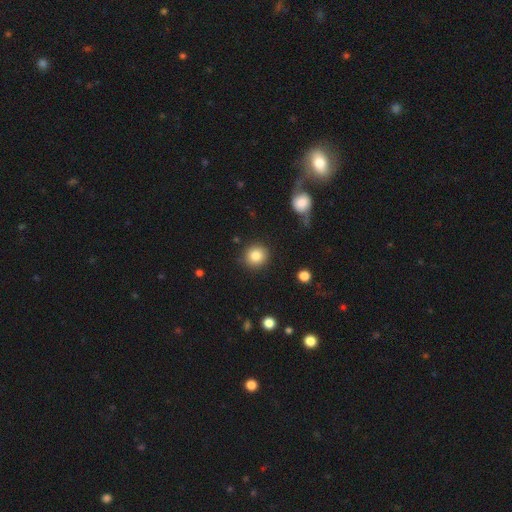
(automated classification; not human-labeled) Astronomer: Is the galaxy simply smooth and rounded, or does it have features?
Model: smooth — 85%.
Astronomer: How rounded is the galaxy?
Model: round — 90%.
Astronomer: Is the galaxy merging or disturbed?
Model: none — 89%.